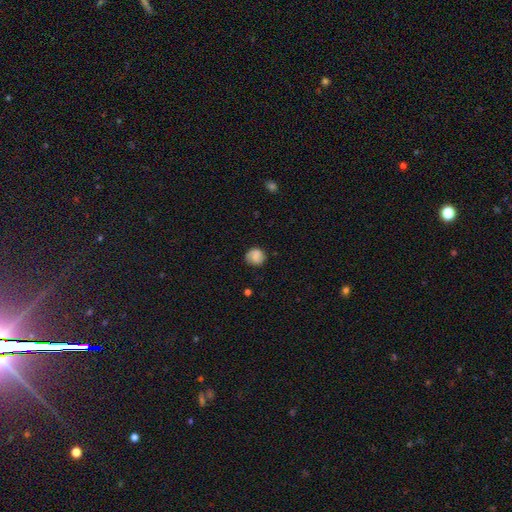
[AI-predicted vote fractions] A smooth galaxy with no disk features (75%) that is round (84%).

Vote fractions:
- Smooth or featured? smooth: 75% / featured or disk: 16% / star or artifact: 9%
- How rounded? round: 84% / in between: 15% / cigar-shaped: 1%
- Merging? none: 76% / minor disturbance: 18% / major disturbance: 5% / merger: 1%